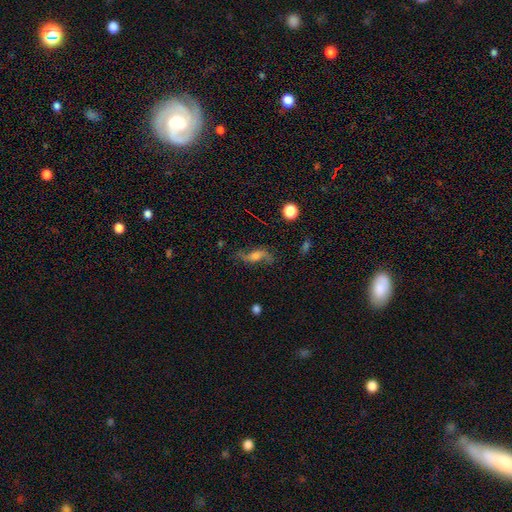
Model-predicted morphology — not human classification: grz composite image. It shows a featured or disk galaxy (75%) with no bar (51%), 2 (91%) loose (79%) spiral arms (93%) and a moderate central bulge (45%). Merging: none (73%).